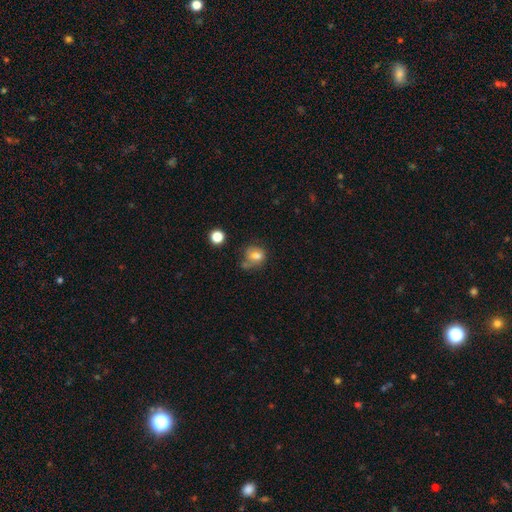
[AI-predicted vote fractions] Smooth or featured? smooth (73%)
How rounded? round (55%)
Merging? none (46%)